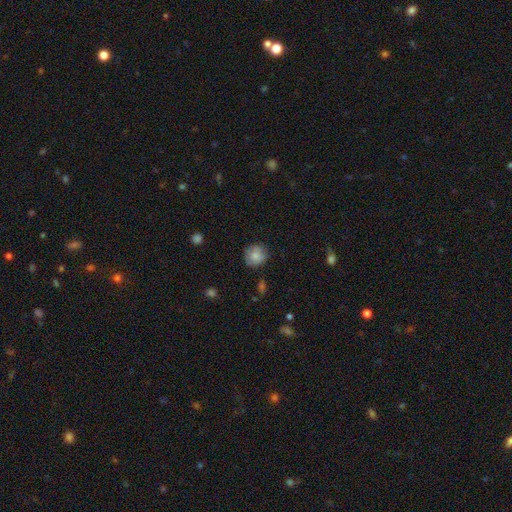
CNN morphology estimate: Overall: smooth (81%). How rounded: round (87%). Merging: none (78%).